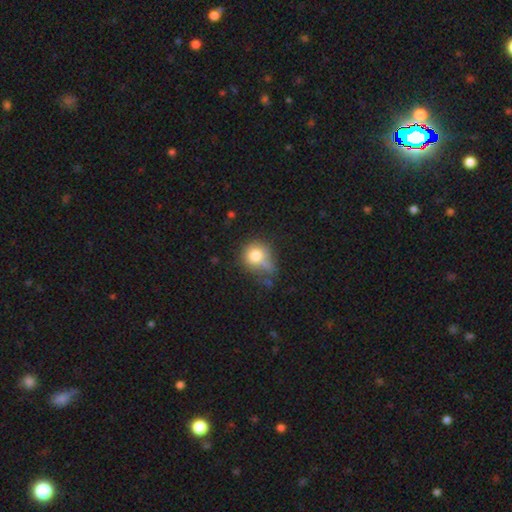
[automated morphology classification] Smooth or featured?
  - smooth: 77% *
  - featured or disk: 12%
  - star or artifact: 11%
How rounded?
  - round: 78% *
  - in between: 21%
  - cigar-shaped: 1%
Merging?
  - none: 39% *
  - minor disturbance: 29%
  - major disturbance: 19%
  - merger: 13%